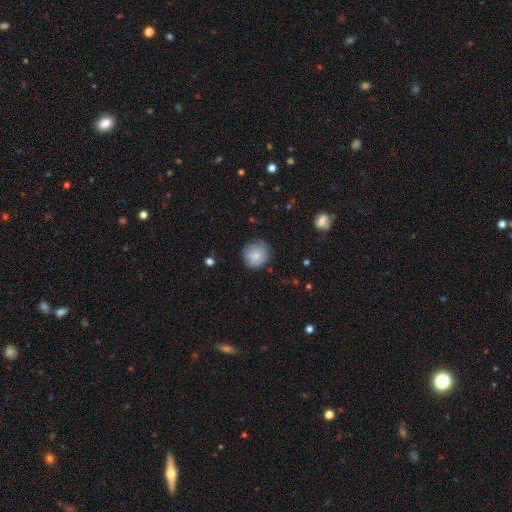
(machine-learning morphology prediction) Smooth or featured: smooth — 79% (featured or disk — 12%)
How rounded: round — 88% (in between — 11%)
Merging: none — 71% (minor disturbance — 23%)